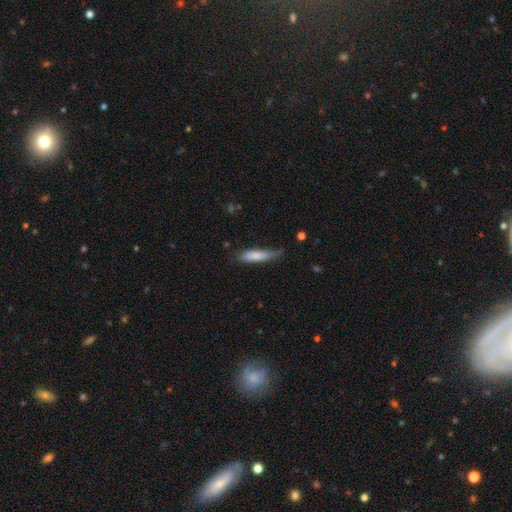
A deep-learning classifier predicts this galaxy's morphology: This appears to be a smooth galaxy with no disk features (76%) that is cigar-shaped (76%). Merging: none (55%).